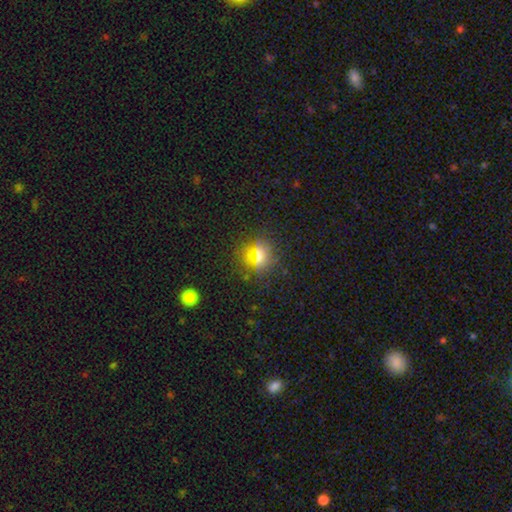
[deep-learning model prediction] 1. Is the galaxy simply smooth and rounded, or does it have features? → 62% smooth, 27% star or artifact, 11% featured or disk.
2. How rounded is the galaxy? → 88% round, 10% in between, 2% cigar-shaped.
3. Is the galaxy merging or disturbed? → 87% none, 8% minor disturbance, 3% major disturbance, 2% merger.